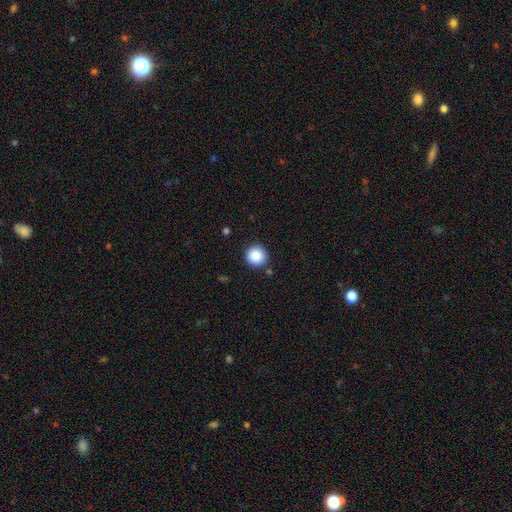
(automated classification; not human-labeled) A smooth galaxy with no disk features (87%) that is round (95%). Merging: none (89%).